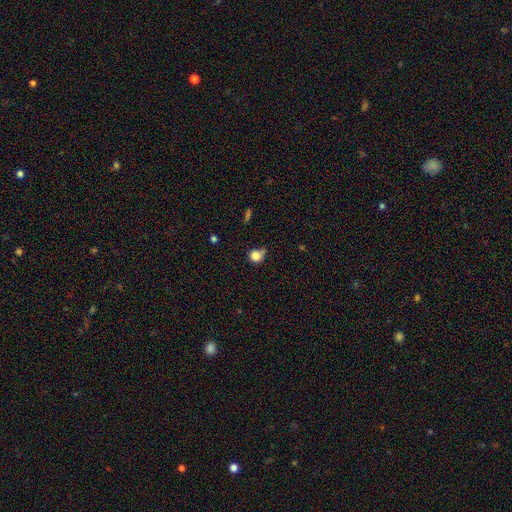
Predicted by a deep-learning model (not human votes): Smooth or featured? smooth (82%)
How rounded? round (83%)
Merging? none (52%)